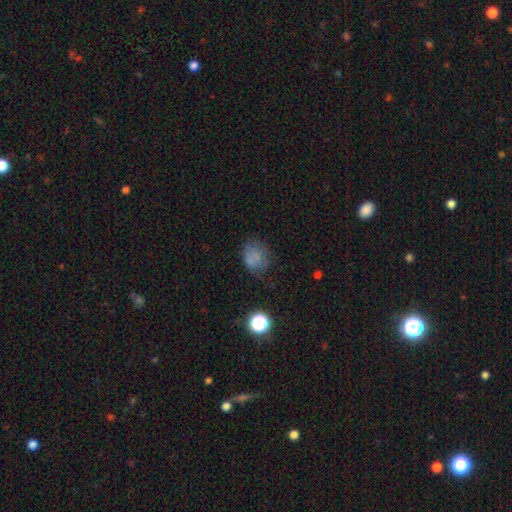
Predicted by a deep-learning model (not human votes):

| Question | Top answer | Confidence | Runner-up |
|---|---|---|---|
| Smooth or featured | smooth | 67% | star or artifact (18%) |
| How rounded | round | 63% | in between (36%) |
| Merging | none | 59% | minor disturbance (24%) |